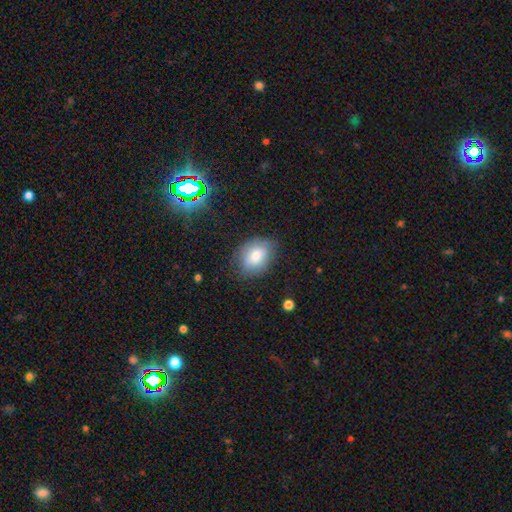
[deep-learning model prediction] Q: Smooth or featured?
A: smooth (76%); runner-up: featured or disk (15%)
Q: How rounded?
A: in between (66%); runner-up: round (33%)
Q: Merging?
A: none (74%); runner-up: minor disturbance (20%)